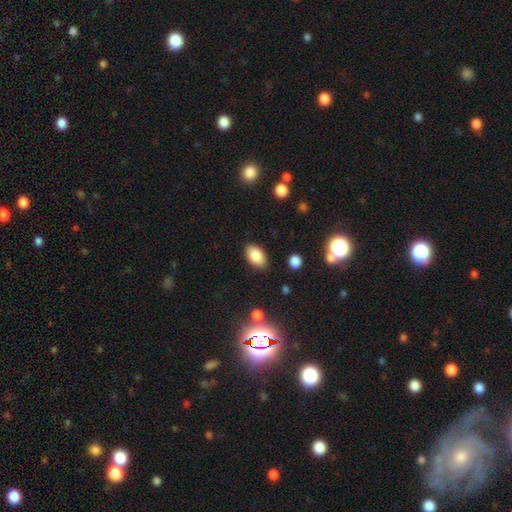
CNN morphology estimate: This appears to be a smooth galaxy with no disk features (84%) that is in between round and cigar-shaped (92%). Merging: none (86%).